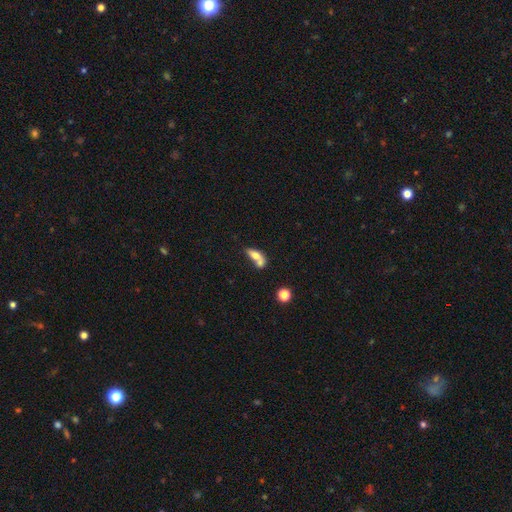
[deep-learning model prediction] smooth-or-featured: smooth: 65% | featured or disk: 27% | star or artifact: 9%
  how-rounded: in between: 73% | cigar-shaped: 18% | round: 9%
  merging: merger: 58% | none: 24% | minor disturbance: 10% | major disturbance: 7%